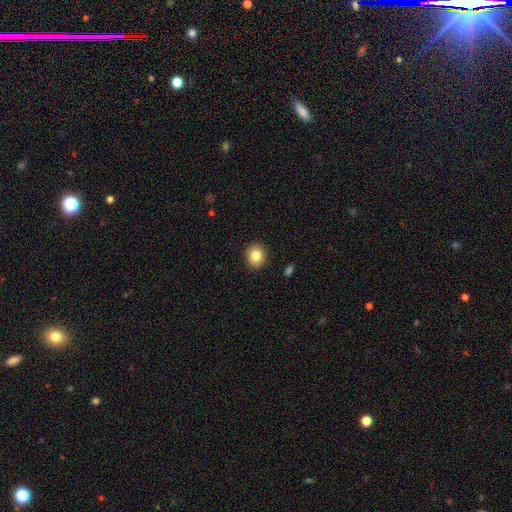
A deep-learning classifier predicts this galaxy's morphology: Overall: smooth (84%). How rounded: round (72%). Merging: none (91%).